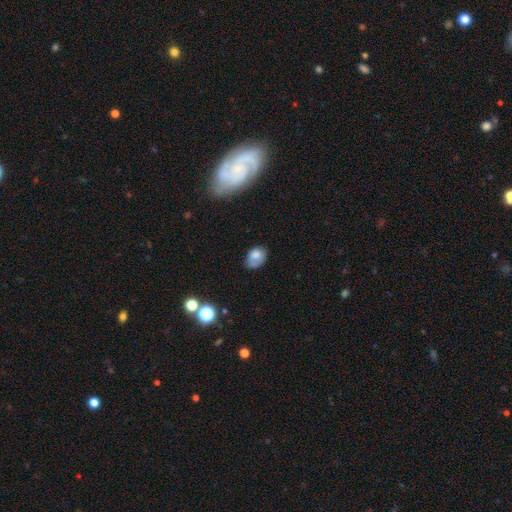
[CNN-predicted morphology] This appears to be a smooth galaxy with no disk features (75%) that is in between round and cigar-shaped (74%). Merging: none (50%).